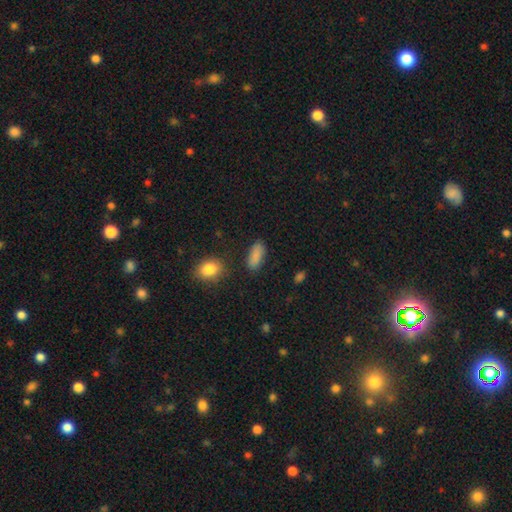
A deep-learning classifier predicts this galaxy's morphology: smooth_or_featured: smooth (p=0.87) [alt: star or artifact p=0.08]
how_rounded: in between (p=0.83) [alt: cigar-shaped p=0.14]
merging: none (p=0.80) [alt: minor disturbance p=0.13]